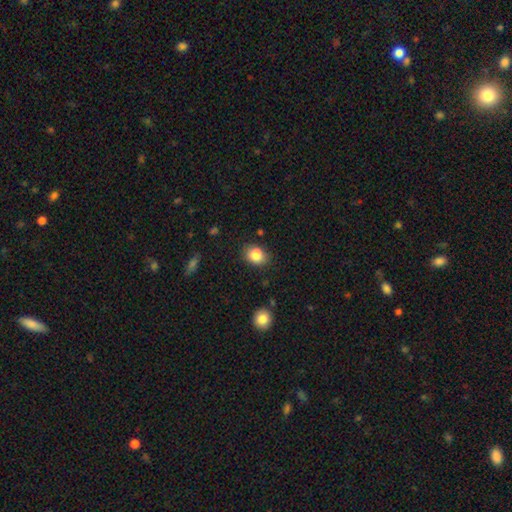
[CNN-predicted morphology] Smooth or featured?
  - smooth: 85% *
  - star or artifact: 9%
  - featured or disk: 6%
How rounded?
  - in between: 56% *
  - round: 43%
  - cigar-shaped: 1%
Merging?
  - none: 75% *
  - minor disturbance: 17%
  - merger: 4%
  - major disturbance: 4%